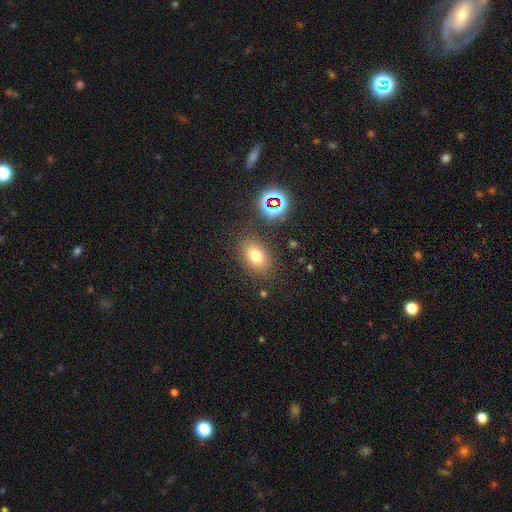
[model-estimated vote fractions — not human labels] Smooth or featured?
  - smooth: 73% *
  - star or artifact: 17%
  - featured or disk: 11%
How rounded?
  - in between: 78% *
  - round: 20%
  - cigar-shaped: 2%
Merging?
  - none: 81% *
  - minor disturbance: 11%
  - major disturbance: 4%
  - merger: 3%